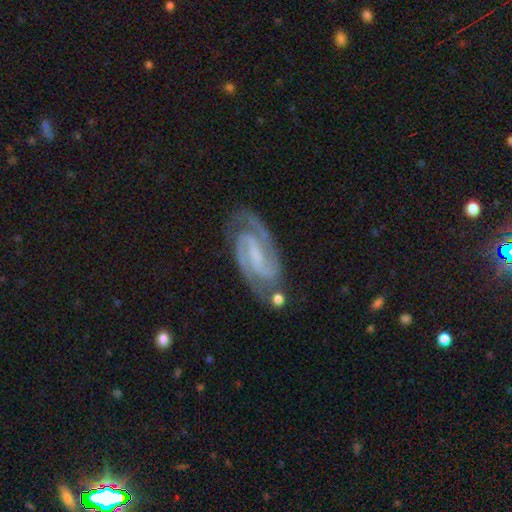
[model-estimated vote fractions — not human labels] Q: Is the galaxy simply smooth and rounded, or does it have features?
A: featured or disk — 91%.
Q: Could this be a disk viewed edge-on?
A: no — 97%.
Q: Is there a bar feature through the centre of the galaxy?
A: weak — 41%, tied with strong.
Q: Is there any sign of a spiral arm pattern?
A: yes — 98%.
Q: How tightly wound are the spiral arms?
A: tight — 48%.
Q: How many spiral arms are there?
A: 2 — 93%.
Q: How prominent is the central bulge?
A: small — 45%.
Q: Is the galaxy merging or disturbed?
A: none — 80%.